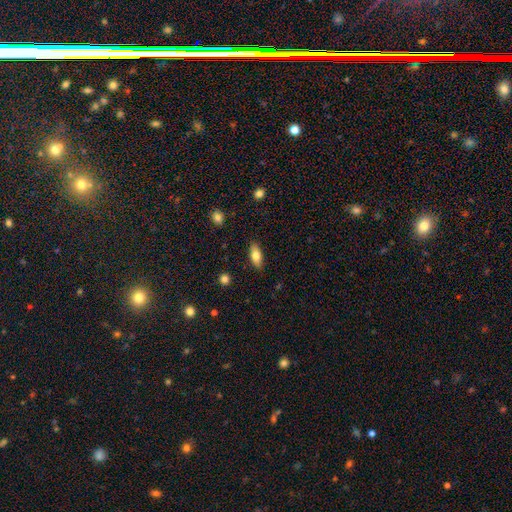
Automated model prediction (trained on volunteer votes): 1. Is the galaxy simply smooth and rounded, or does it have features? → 78% smooth, 15% featured or disk, 7% star or artifact.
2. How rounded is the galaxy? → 79% in between, 18% cigar-shaped, 3% round.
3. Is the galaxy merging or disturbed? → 87% none, 10% minor disturbance, 2% major disturbance, 1% merger.